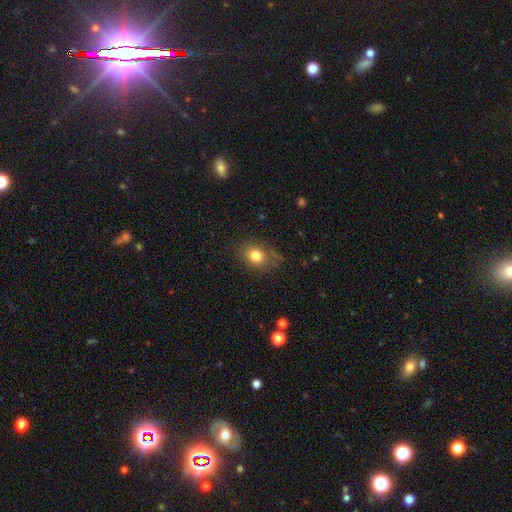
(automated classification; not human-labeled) Smooth or featured: smooth — 80% (star or artifact — 11%)
How rounded: round — 50% (in between — 49%)
Merging: none — 73% (minor disturbance — 19%)